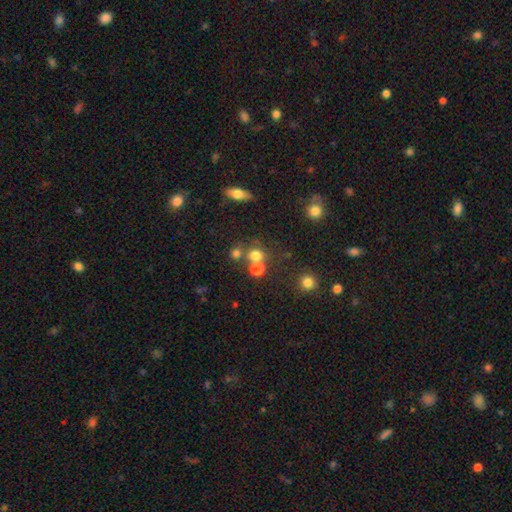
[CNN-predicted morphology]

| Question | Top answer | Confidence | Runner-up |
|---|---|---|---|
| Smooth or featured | smooth | 70% | star or artifact (20%) |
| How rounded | round | 78% | in between (21%) |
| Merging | none | 58% | merger (27%) |